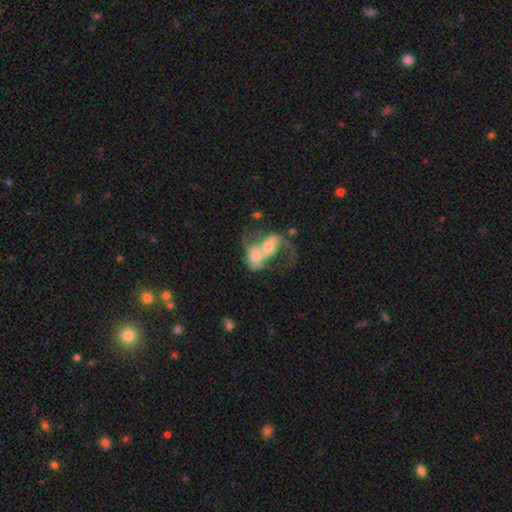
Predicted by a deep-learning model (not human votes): A featured or disk galaxy (56%) with no bar (66%), spiral arms (56%) and a moderate central bulge (51%).

Vote fractions:
- Smooth or featured? featured or disk: 56% / smooth: 36% / star or artifact: 8%
- Edge-on disk? no: 95% / yes: 5%
- Bar? no: 66% / weak: 25% / strong: 9%
- Spiral arms? yes: 56% / no: 44%
- Bulge size? moderate: 51% / small: 27% / large: 11% / none: 8% / dominant: 2%
- Merging? merger: 76% / major disturbance: 11% / none: 8% / minor disturbance: 4%